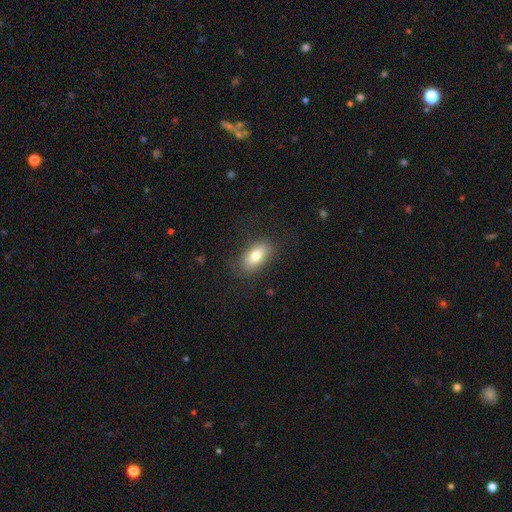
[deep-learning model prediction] smooth_or_featured: smooth (p=0.76) [alt: featured or disk p=0.16]
how_rounded: in between (p=0.89) [alt: round p=0.07]
merging: none (p=0.78) [alt: minor disturbance p=0.14]